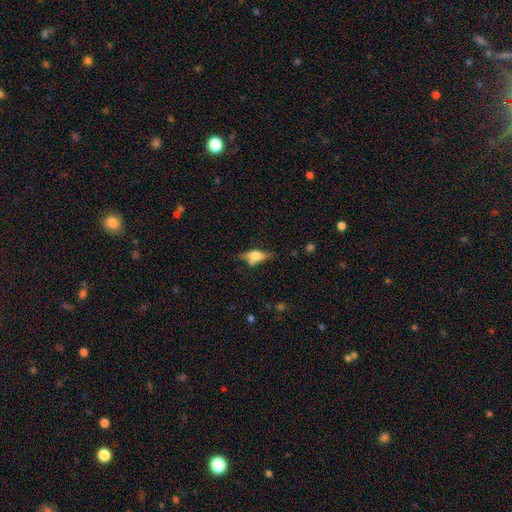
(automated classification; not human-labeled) Overall: smooth (46%; featured or disk 45%). Merging: none (53%; minor disturbance 23%).